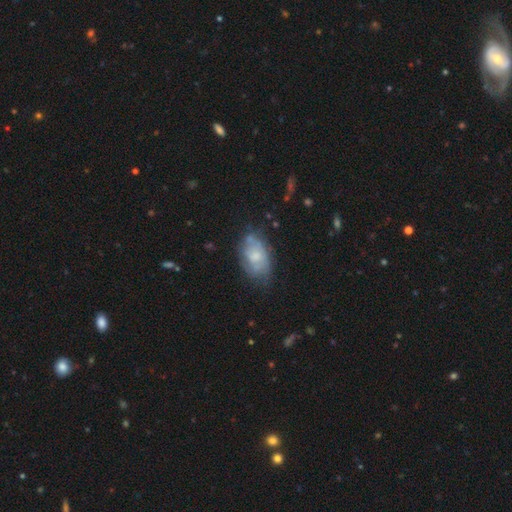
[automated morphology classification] A smooth galaxy with no disk features (51%) that is in between round and cigar-shaped (90%). Merging: none (57%).